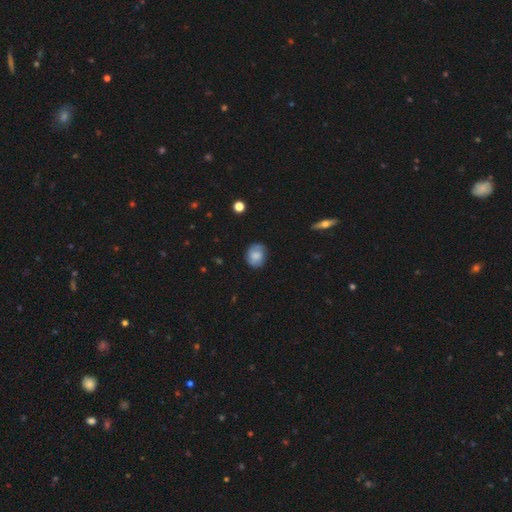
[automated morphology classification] type=smooth (72%); roundness=in between (50%); merging=none (72%).